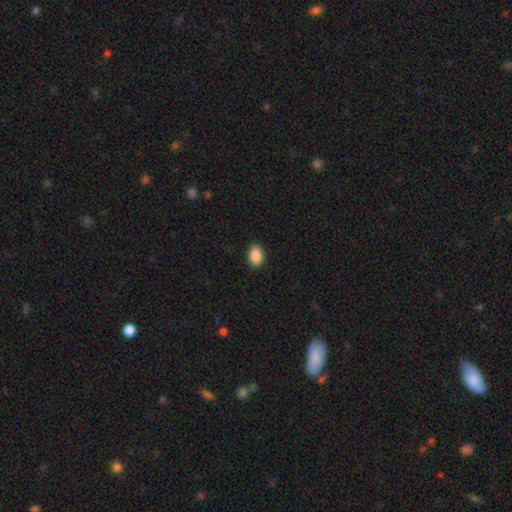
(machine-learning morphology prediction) This is clearly a smooth galaxy (89%). How rounded: clearly in between (84%). Merging: clearly none (90%).